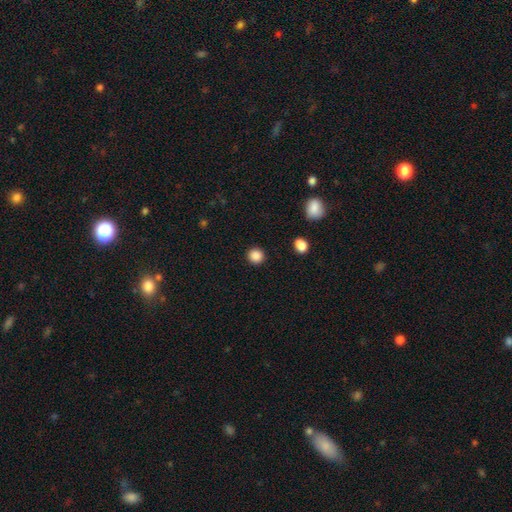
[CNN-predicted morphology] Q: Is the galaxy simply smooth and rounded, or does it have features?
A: smooth — 87%.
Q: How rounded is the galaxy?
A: round — 94%.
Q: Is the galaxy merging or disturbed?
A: none — 92%.